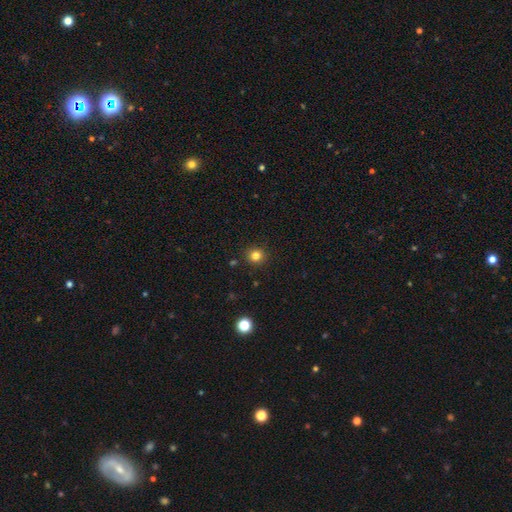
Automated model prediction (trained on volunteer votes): Overall: smooth (82%). How rounded: round (92%). Merging: none (91%).